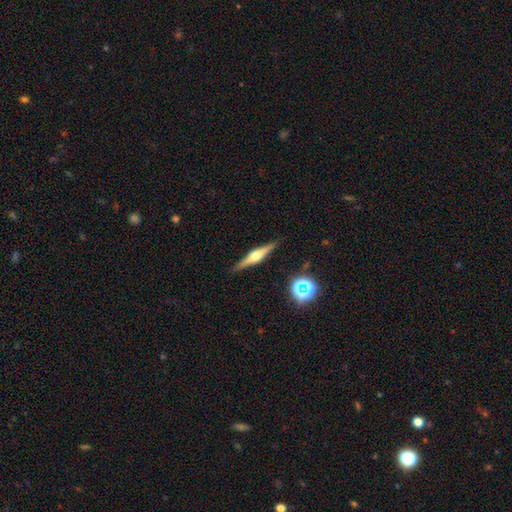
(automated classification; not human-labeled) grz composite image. It shows a featured or disk galaxy (75%) viewed edge-on (98%) with a rounded central bulge (89%). Merging: none (90%).